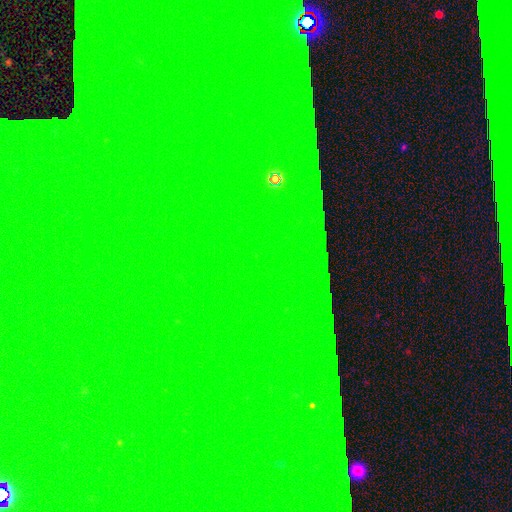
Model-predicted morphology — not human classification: Smooth or featured: star or artifact — 85% (featured or disk — 8%)